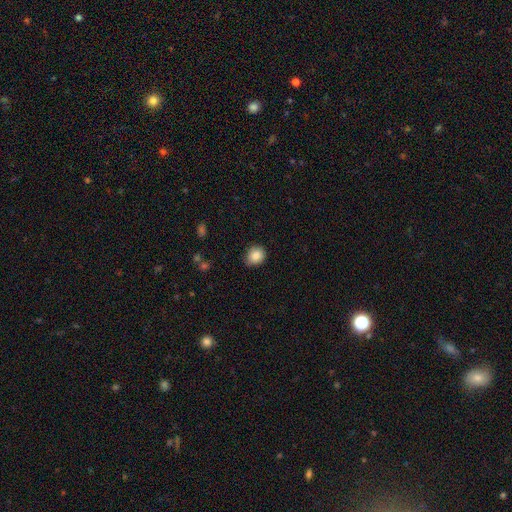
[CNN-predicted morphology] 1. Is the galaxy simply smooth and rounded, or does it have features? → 83% smooth, 8% star or artifact, 8% featured or disk.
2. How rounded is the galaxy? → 65% round, 34% in between, 1% cigar-shaped.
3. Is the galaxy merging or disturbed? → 78% none, 18% minor disturbance, 3% major disturbance, 1% merger.